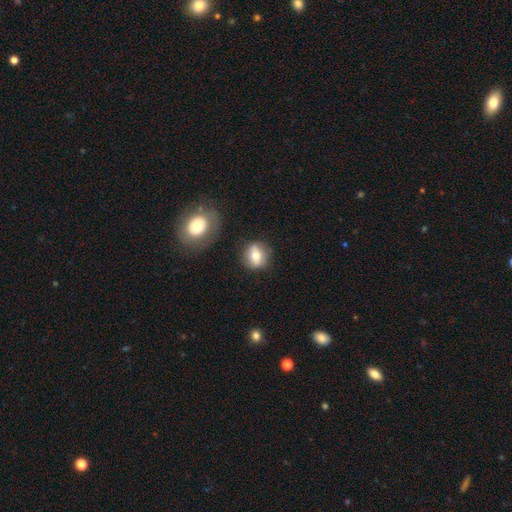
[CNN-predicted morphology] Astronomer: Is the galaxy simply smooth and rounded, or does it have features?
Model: smooth — 53% (runner-up: featured or disk, 38%).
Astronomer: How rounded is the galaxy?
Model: round — 66%.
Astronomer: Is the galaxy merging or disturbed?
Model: none — 79%.